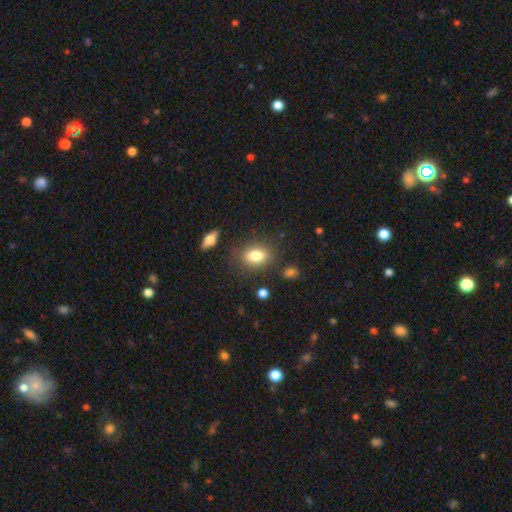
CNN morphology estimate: smooth_or_featured: smooth (p=0.82) [alt: featured or disk p=0.09]
how_rounded: in between (p=0.77) [alt: round p=0.21]
merging: none (p=0.79) [alt: minor disturbance p=0.13]